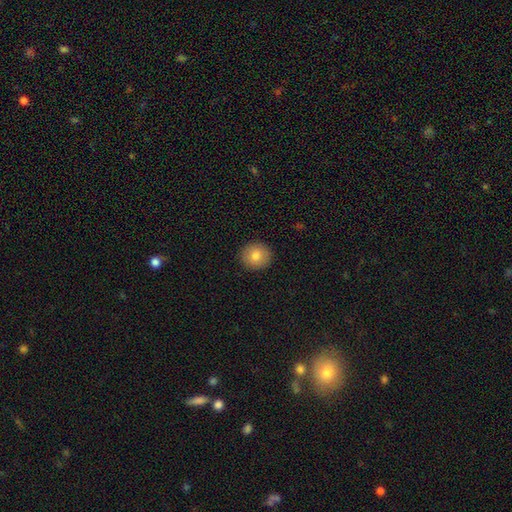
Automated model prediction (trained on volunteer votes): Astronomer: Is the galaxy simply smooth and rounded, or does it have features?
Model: smooth — 81%.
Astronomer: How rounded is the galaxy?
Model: round — 89%.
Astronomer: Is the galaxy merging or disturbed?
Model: none — 92%.